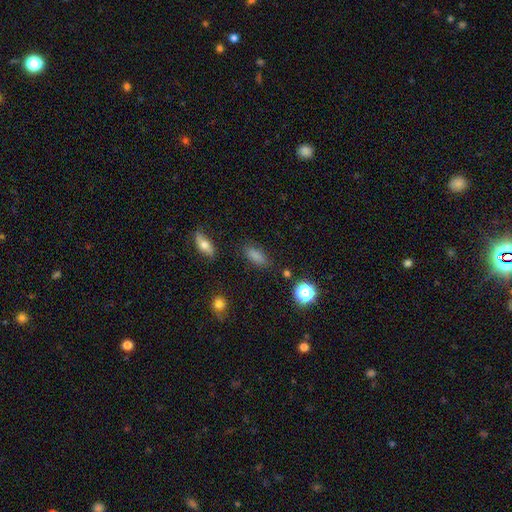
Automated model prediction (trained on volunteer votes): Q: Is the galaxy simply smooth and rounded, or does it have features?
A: smooth — 82%.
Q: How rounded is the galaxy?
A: in between — 79%.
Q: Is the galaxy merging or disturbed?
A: none — 82%.